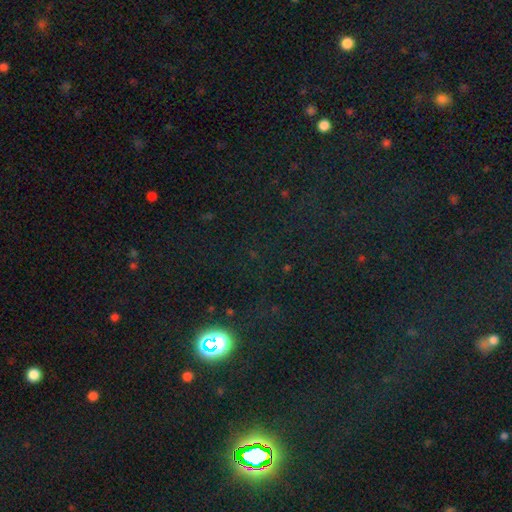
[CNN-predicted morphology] star or artifact 76%, smooth 16%, featured or disk 7%.